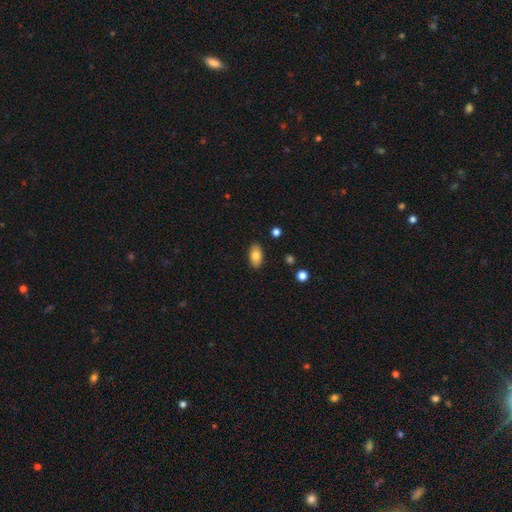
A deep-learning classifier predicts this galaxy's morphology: smooth 80%, featured or disk 12%, star or artifact 7%. Down the decision tree: how rounded — in between (92%); merging — none (88%).